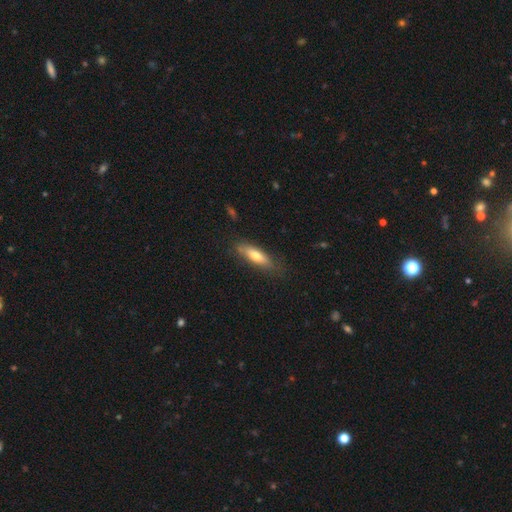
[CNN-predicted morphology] Smooth or featured? Predicted: smooth (p=0.68). How rounded? Predicted: cigar-shaped (p=0.51). Merging? Predicted: none (p=0.76).